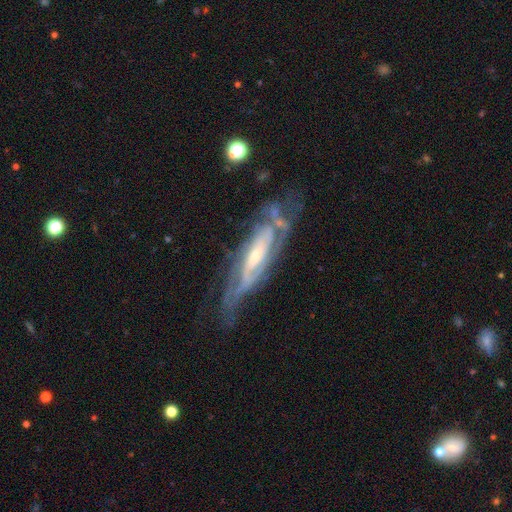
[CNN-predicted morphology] Overall: featured or disk (84%). Edge-on disk: no (74%). Bar: no (44%; weak 35%). Spiral arms: yes (89%). Spiral arm count: can't tell (44%; 2 33%). Spiral winding: tight (53%; medium 36%). Bulge size: small (53%; moderate 39%). Merging: none (60%; minor disturbance 23%).